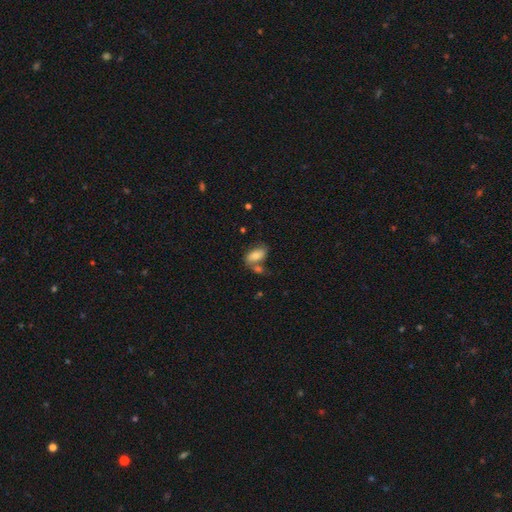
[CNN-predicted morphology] smooth_or_featured: smooth (p=0.72) [alt: featured or disk p=0.20]
how_rounded: in between (p=0.89) [alt: cigar-shaped p=0.06]
merging: none (p=0.43) [alt: merger p=0.35]